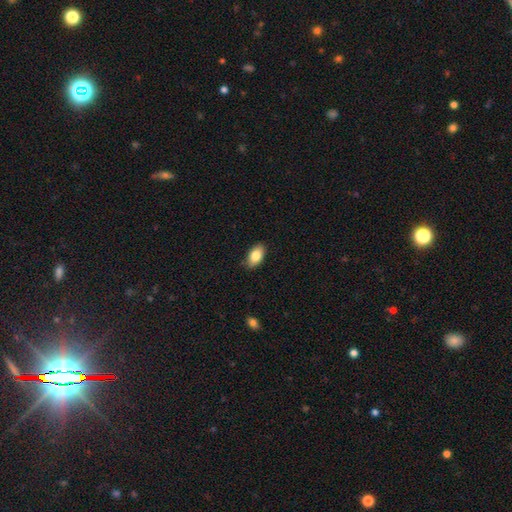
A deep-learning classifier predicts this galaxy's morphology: smooth_or_featured: smooth (p=0.83) [alt: featured or disk p=0.09]
how_rounded: in between (p=0.92) [alt: round p=0.05]
merging: none (p=0.86) [alt: minor disturbance p=0.11]